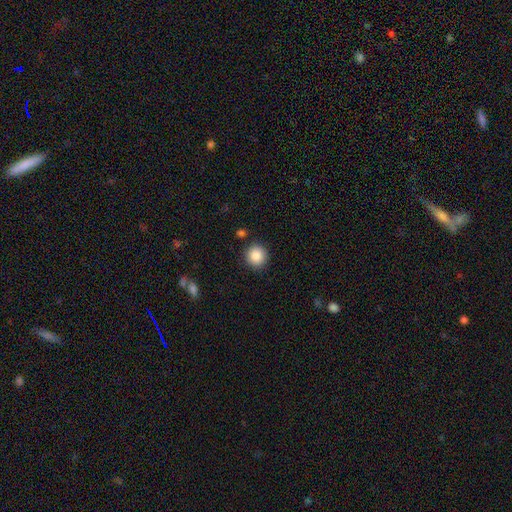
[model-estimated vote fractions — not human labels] Smooth or featured? smooth (86%)
How rounded? round (93%)
Merging? none (89%)